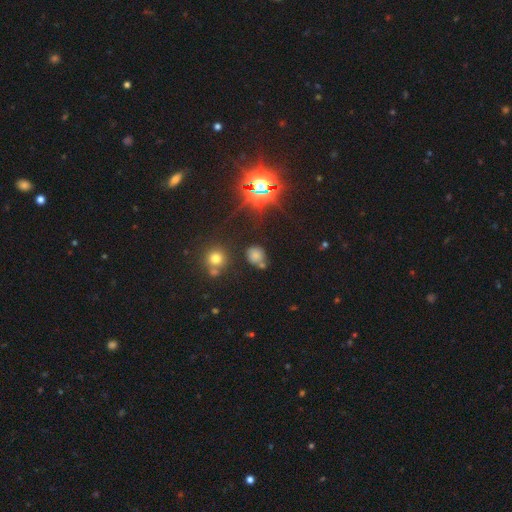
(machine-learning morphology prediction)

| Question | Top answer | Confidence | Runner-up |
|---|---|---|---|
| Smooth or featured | smooth | 59% | star or artifact (31%) |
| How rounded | round | 70% | in between (28%) |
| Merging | none | 60% | merger (18%) |